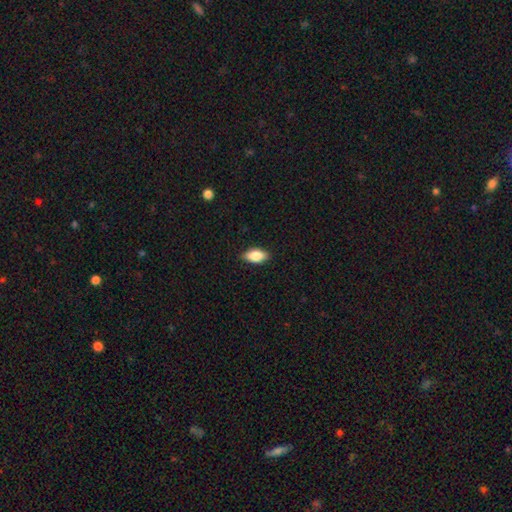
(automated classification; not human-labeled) A smooth galaxy with no disk features (84%) that is in between round and cigar-shaped (91%).

Vote fractions:
- Smooth or featured? smooth: 84% / featured or disk: 9% / star or artifact: 7%
- How rounded? in between: 91% / cigar-shaped: 5% / round: 4%
- Merging? none: 86% / minor disturbance: 11% / major disturbance: 2% / merger: 1%